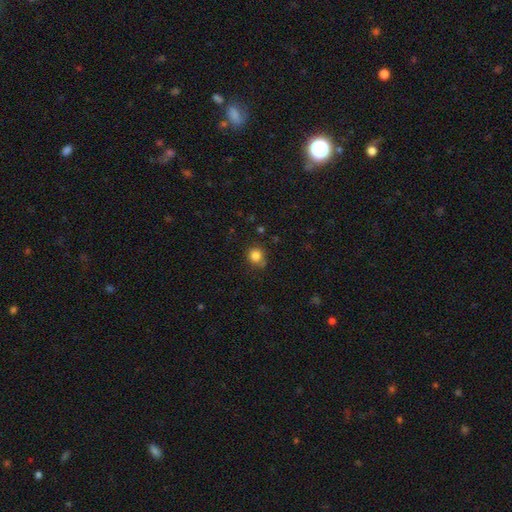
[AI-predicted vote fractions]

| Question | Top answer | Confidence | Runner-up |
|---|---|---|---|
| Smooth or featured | smooth | 84% | star or artifact (11%) |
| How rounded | round | 87% | in between (12%) |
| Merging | none | 75% | minor disturbance (18%) |